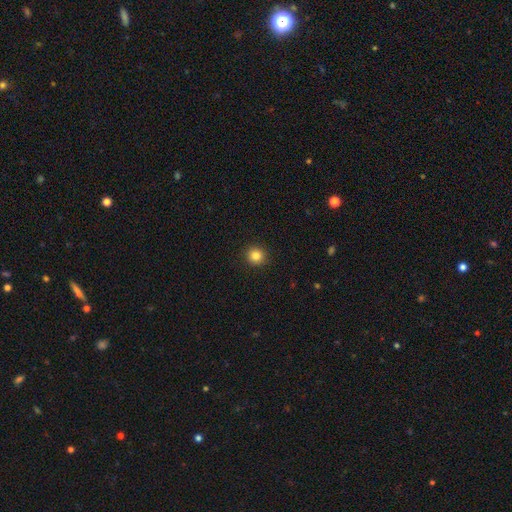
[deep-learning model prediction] Q: Smooth or featured?
A: smooth (84%); runner-up: star or artifact (11%)
Q: How rounded?
A: round (92%); runner-up: in between (7%)
Q: Merging?
A: none (93%); runner-up: minor disturbance (5%)